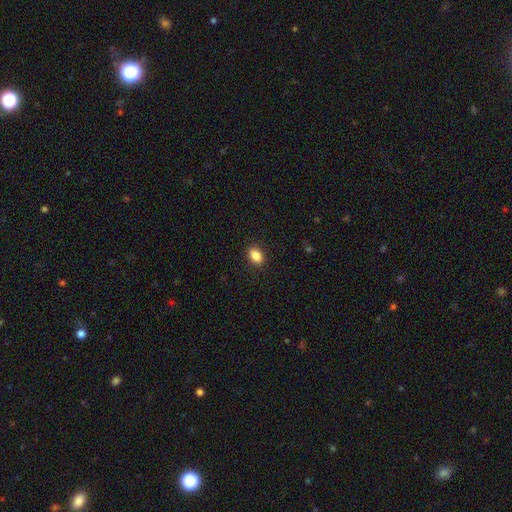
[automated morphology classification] Smooth or featured? Predicted: smooth (p=0.87). How rounded? Predicted: in between (p=0.81). Merging? Predicted: none (p=0.89).